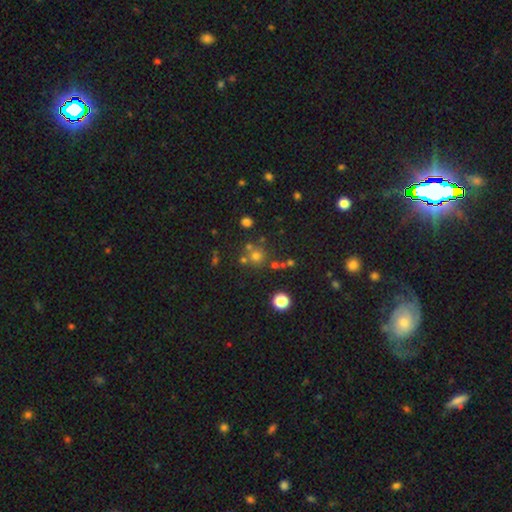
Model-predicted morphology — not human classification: smooth 63%, star or artifact 26%, featured or disk 11%. Down the decision tree: how rounded — round (91%); merging — none (67%).